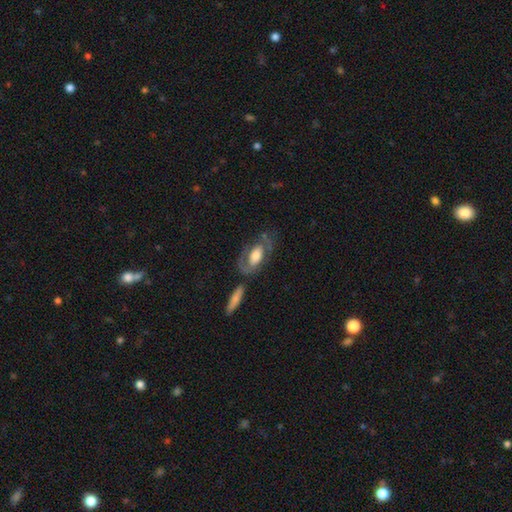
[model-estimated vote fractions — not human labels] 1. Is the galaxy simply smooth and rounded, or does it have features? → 60% featured or disk, 34% smooth, 6% star or artifact.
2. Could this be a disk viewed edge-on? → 90% no, 10% yes.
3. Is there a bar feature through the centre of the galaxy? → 61% no, 26% weak, 13% strong.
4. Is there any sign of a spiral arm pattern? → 68% yes, 32% no.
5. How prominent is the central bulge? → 42% large (tied), 42% moderate (tied), 10% small, 4% dominant, 3% none.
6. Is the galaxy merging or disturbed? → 54% none, 20% minor disturbance, 19% major disturbance, 7% merger.